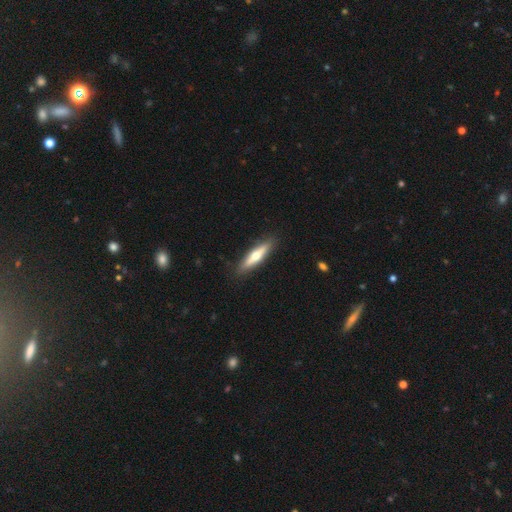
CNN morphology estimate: Smooth or featured: smooth — 50% (featured or disk — 44%)
How rounded: cigar-shaped — 80% (in between — 18%)
Merging: none — 89% (minor disturbance — 8%)